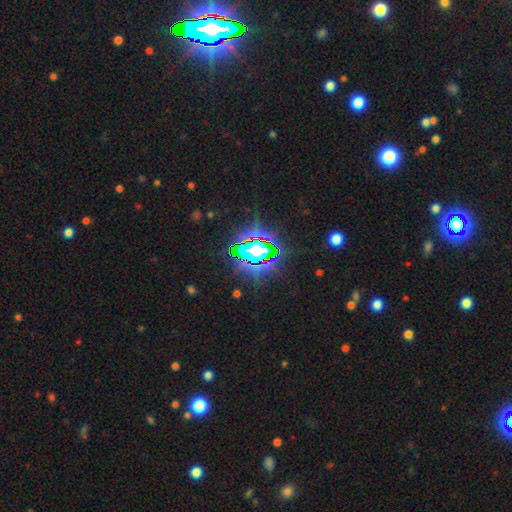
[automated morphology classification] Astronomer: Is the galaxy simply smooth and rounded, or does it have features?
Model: star or artifact — 84%.